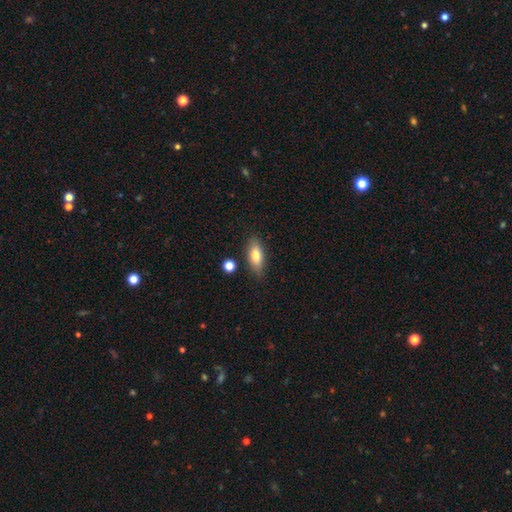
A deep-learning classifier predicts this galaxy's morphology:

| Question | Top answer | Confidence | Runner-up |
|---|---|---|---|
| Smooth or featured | smooth | 75% | featured or disk (18%) |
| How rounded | in between | 76% | cigar-shaped (20%) |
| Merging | none | 81% | minor disturbance (12%) |